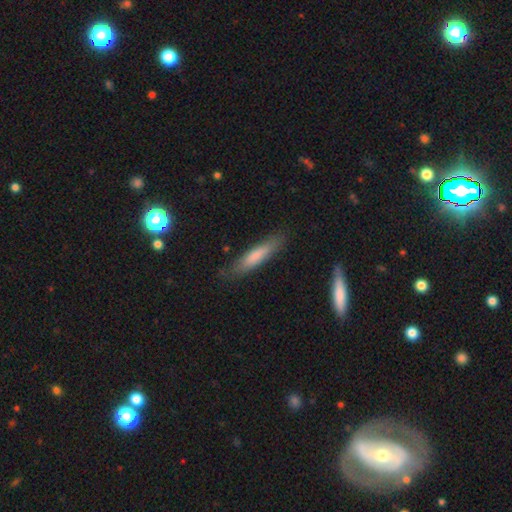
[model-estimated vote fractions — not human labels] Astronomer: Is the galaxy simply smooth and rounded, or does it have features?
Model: smooth — 76%.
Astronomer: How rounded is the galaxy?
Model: cigar-shaped — 83%.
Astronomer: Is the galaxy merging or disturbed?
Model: none — 80%.